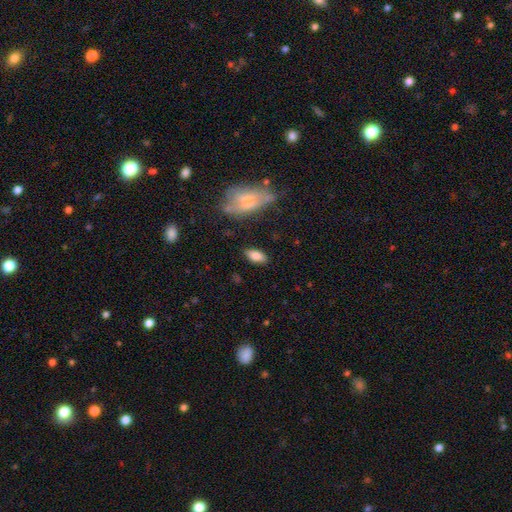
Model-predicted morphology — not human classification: smooth 79%, featured or disk 13%, star or artifact 8%. Down the decision tree: how rounded — in between (88%); merging — none (82%).